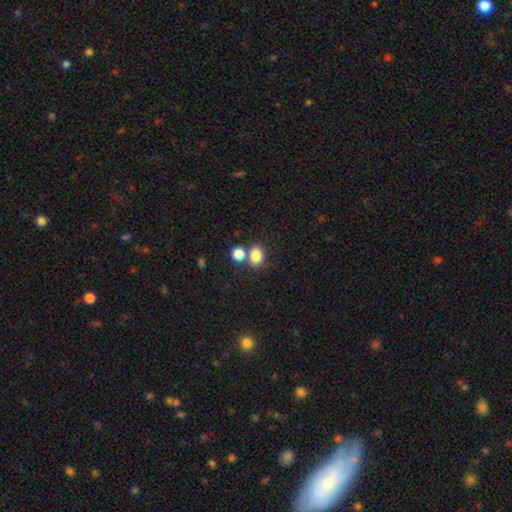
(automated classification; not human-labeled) smooth 82%, star or artifact 11%, featured or disk 6%. Down the decision tree: how rounded — in between (54%); merging — none (54%).